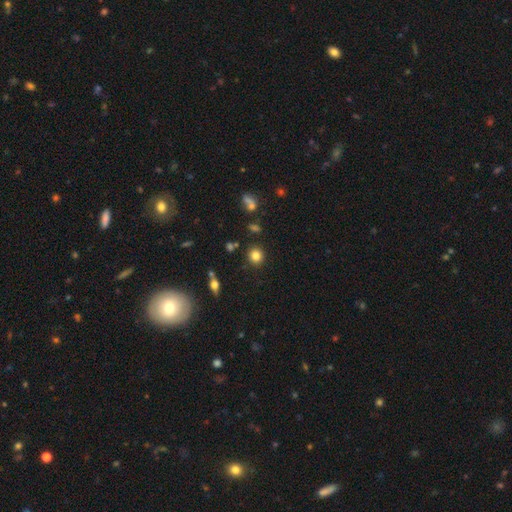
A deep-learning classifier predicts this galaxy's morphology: type=smooth (82%); roundness=round (88%); merging=none (88%).